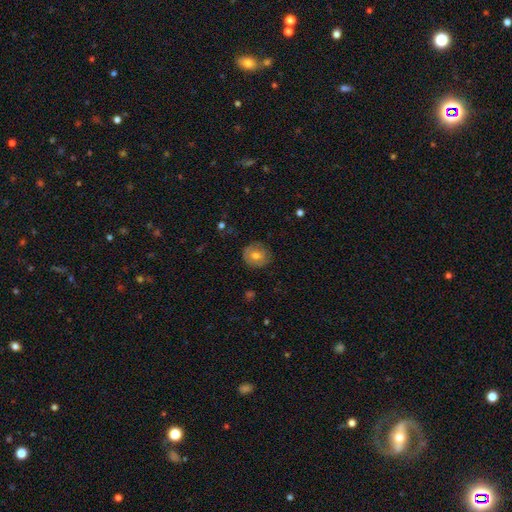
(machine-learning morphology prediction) Q: Smooth or featured?
A: smooth (64%); runner-up: featured or disk (27%)
Q: How rounded?
A: round (79%); runner-up: in between (20%)
Q: Merging?
A: none (82%); runner-up: minor disturbance (14%)